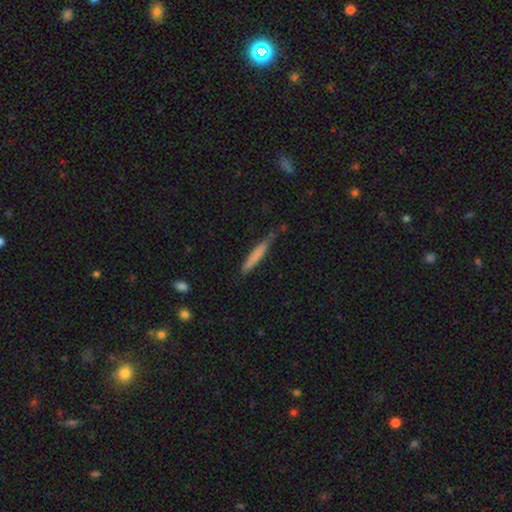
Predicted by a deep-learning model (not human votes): A smooth galaxy with no disk features (74%) that is cigar-shaped (95%).

Vote fractions:
- Smooth or featured? smooth: 74% / featured or disk: 21% / star or artifact: 6%
- How rounded? cigar-shaped: 95% / in between: 4% / round: 1%
- Merging? none: 76% / minor disturbance: 18% / major disturbance: 3% / merger: 3%